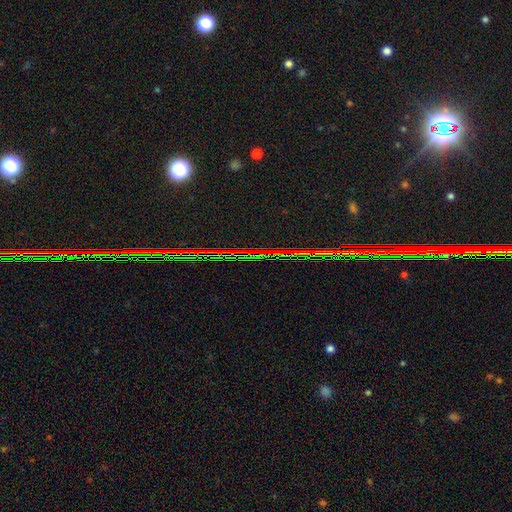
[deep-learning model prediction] Overall: star or artifact (85%).